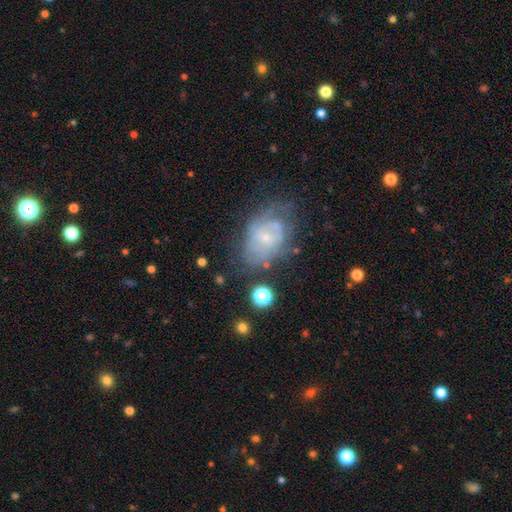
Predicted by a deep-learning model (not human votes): This appears to be a featured or disk galaxy (67%) with no bar (60%), spiral arms (74%) and a small central bulge (76%). Merging: none (51%).